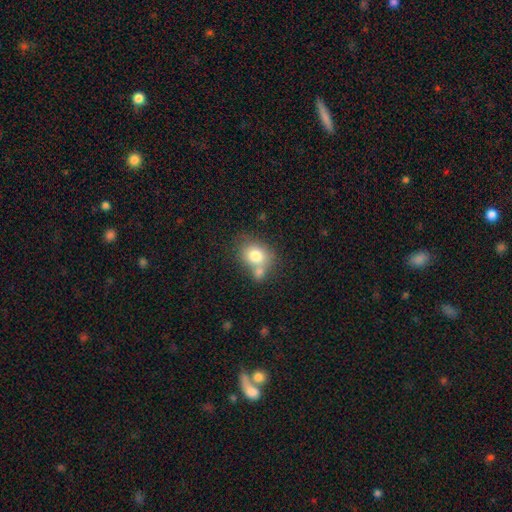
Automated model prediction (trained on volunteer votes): This is likely a smooth galaxy (77%). How rounded: possibly round (52%). Merging: marginally none (42%).